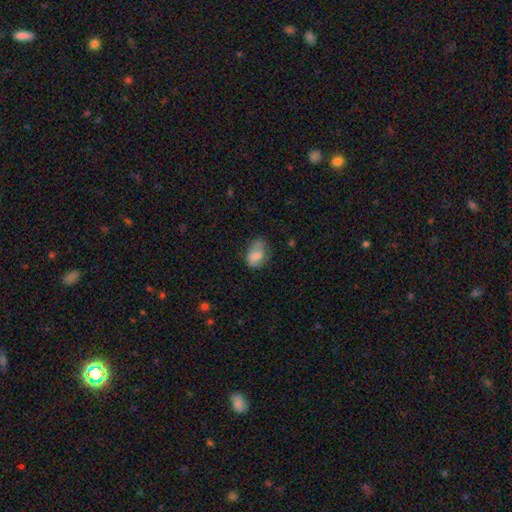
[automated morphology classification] This appears to be a smooth galaxy with no disk features (74%) that is in between round and cigar-shaped (76%). Merging: none (45%).